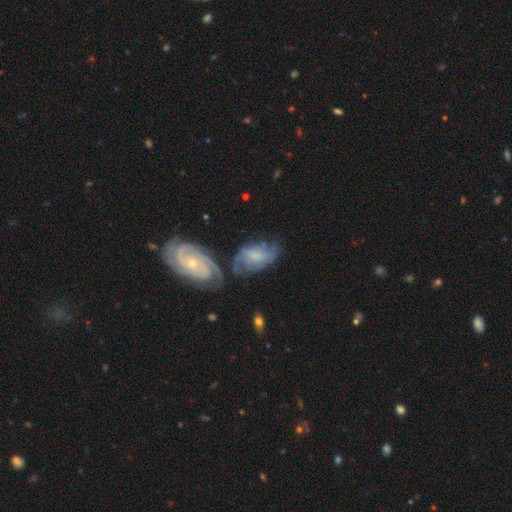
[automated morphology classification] smooth_or_featured: featured or disk (p=0.65) [alt: smooth p=0.26]
disk_edge_on: no (p=0.95) [alt: yes p=0.05]
bar: no (p=0.60) [alt: weak p=0.32]
has_spiral_arms: yes (p=0.88) [alt: no p=0.12]
spiral_winding: tight (p=0.44) [alt: medium p=0.39]
spiral_arm_count: 2 (p=0.33) [tied with: can't tell p=0.33]
bulge_size: small (p=0.53) [alt: none p=0.21]
merging: none (p=0.40) [alt: minor disturbance p=0.23]